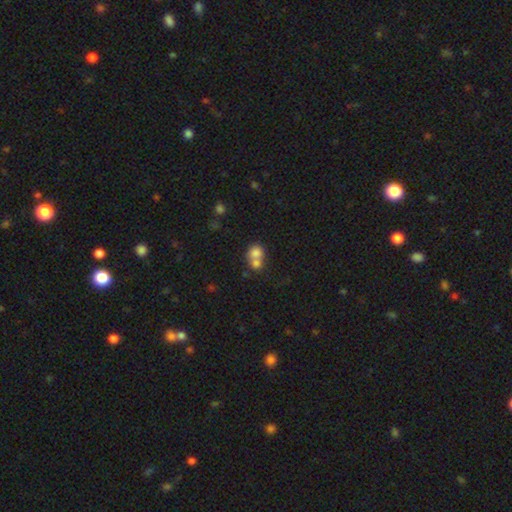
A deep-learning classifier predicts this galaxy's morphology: Q: Smooth or featured?
A: smooth (76%); runner-up: featured or disk (13%)
Q: How rounded?
A: round (71%); runner-up: in between (28%)
Q: Merging?
A: merger (63%); runner-up: none (27%)